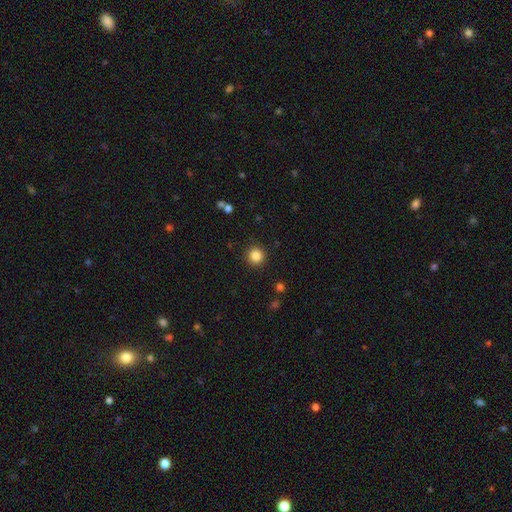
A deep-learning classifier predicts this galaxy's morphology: The model was most divided on "smooth or featured": smooth: 85%, star or artifact: 11%, featured or disk: 4%. More confident: how rounded — round (95%); merging — none (91%).